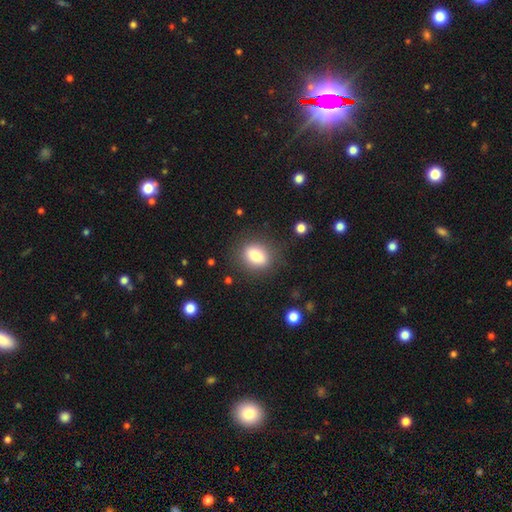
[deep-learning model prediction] smooth 81%, featured or disk 10%, star or artifact 9%. Down the decision tree: how rounded — in between (68%); merging — none (83%).